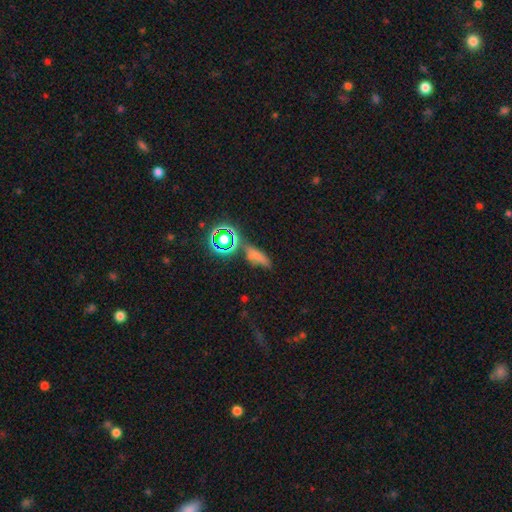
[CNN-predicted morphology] smooth 59%, star or artifact 27%, featured or disk 14%. Down the decision tree: how rounded — cigar-shaped (47%); merging — none (58%).